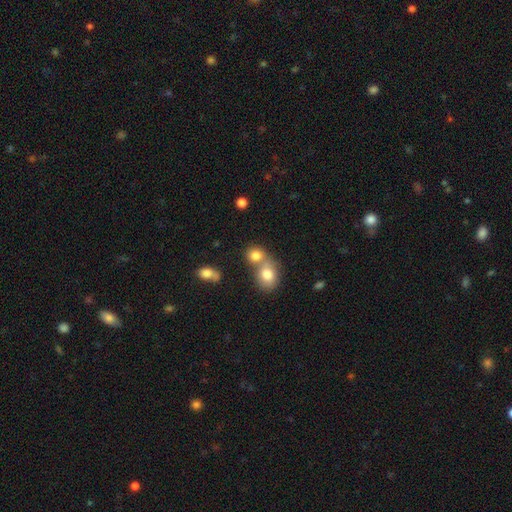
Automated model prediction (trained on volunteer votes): smooth_or_featured: smooth (p=0.80) [alt: star or artifact p=0.11]
how_rounded: round (p=0.71) [alt: in between p=0.27]
merging: merger (p=0.51) [alt: none p=0.39]